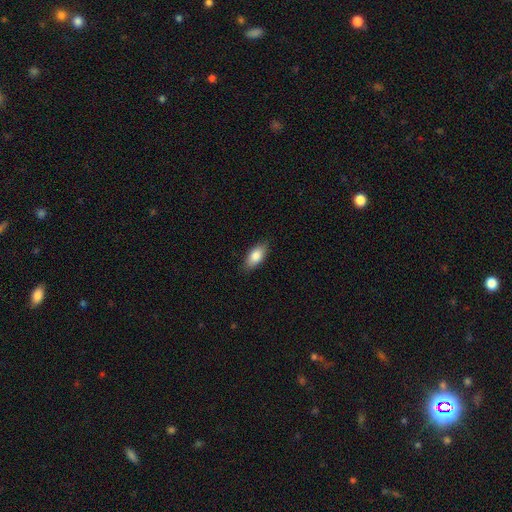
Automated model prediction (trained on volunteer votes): Smooth or featured? smooth (83%)
How rounded? in between (88%)
Merging? none (86%)